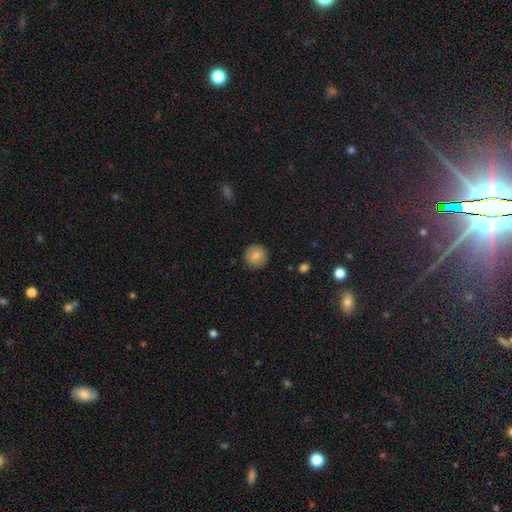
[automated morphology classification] This appears to be a smooth galaxy with no disk features (84%) that is round (94%). Merging: none (90%).